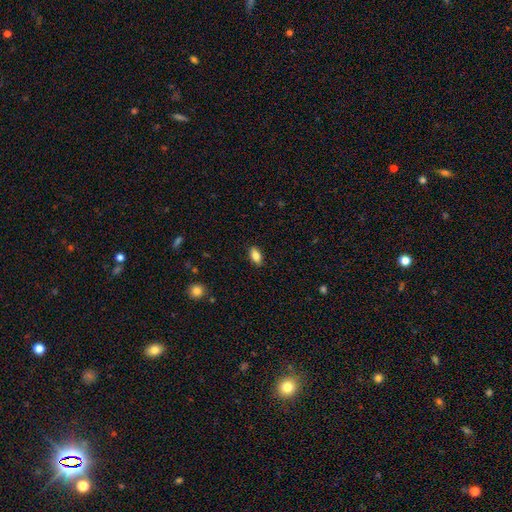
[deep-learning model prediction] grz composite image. It shows a smooth galaxy with no disk features (80%) that is in between round and cigar-shaped (88%). Merging: none (87%).